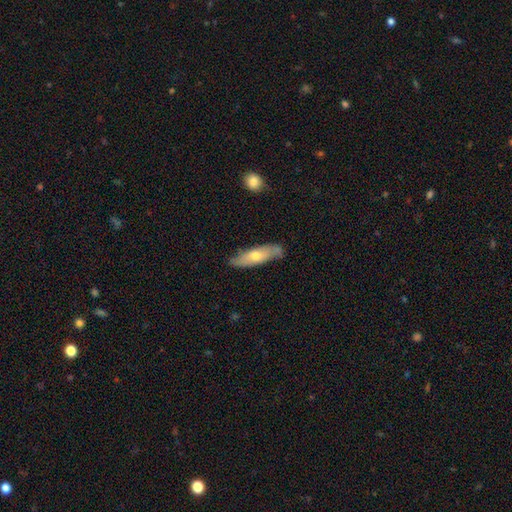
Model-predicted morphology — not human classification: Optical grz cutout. It shows a smooth galaxy with no disk features (55%) that is cigar-shaped (61%). Merging: none (75%).